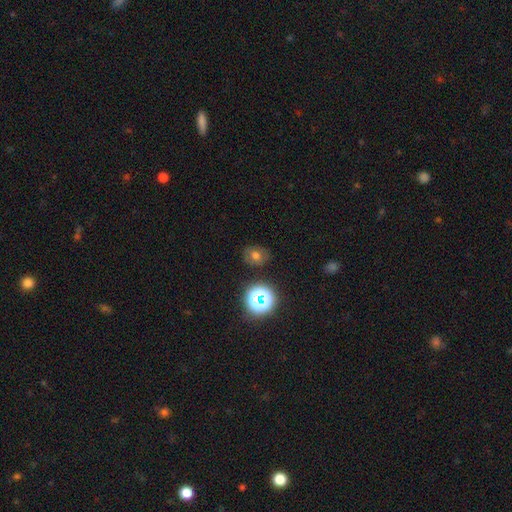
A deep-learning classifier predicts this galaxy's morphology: Smooth or featured? Predicted: smooth (p=0.58). How rounded? Predicted: round (p=0.57). Merging? Predicted: none (p=0.78).